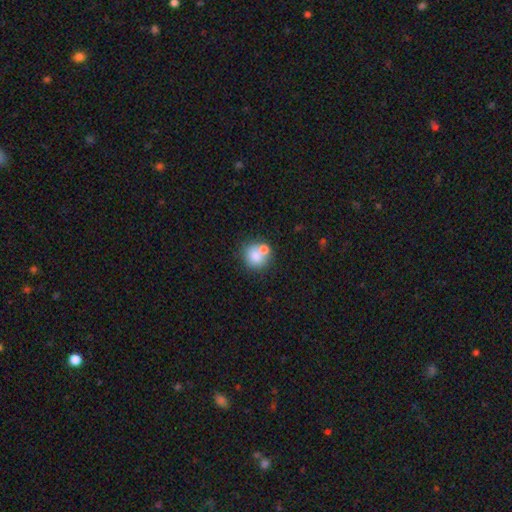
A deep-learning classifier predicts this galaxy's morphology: smooth-or-featured: smooth: 76% | featured or disk: 14% | star or artifact: 10%
  how-rounded: round: 80% | in between: 19% | cigar-shaped: 1%
  merging: none: 50% | merger: 34% | minor disturbance: 11% | major disturbance: 5%